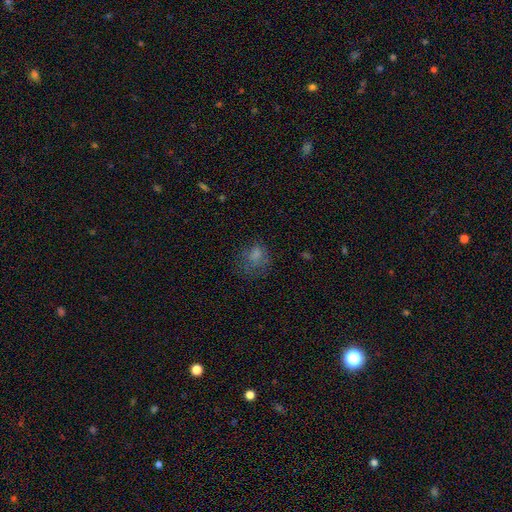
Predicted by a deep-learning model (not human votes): Smooth or featured? smooth (71%)
How rounded? round (59%)
Merging? none (53%)